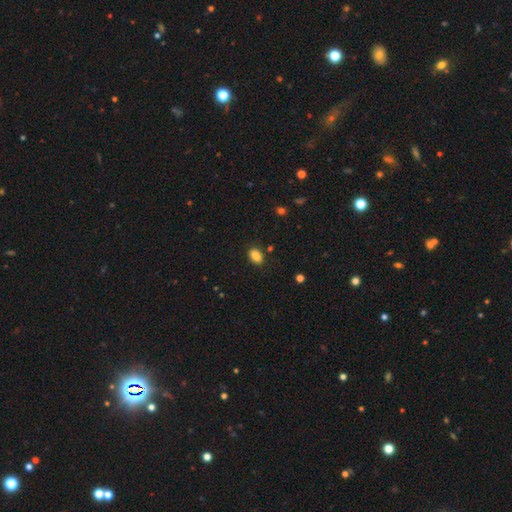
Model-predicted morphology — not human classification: The model was most divided on "how rounded": in between: 83%, round: 16%, cigar-shaped: 1%. More confident: smooth or featured — smooth (86%); merging — none (85%).